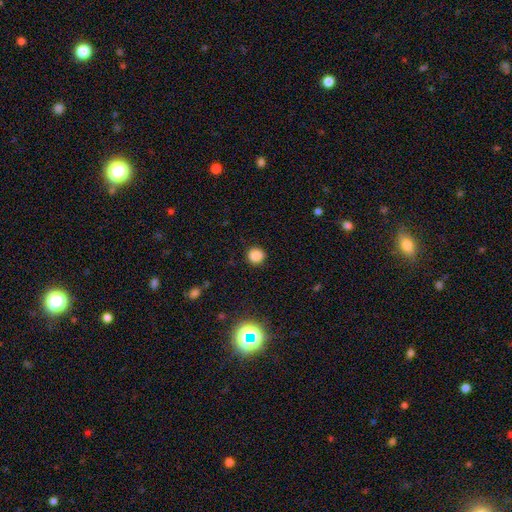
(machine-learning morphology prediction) This is clearly a smooth galaxy (85%). How rounded: clearly round (92%). Merging: clearly none (91%).